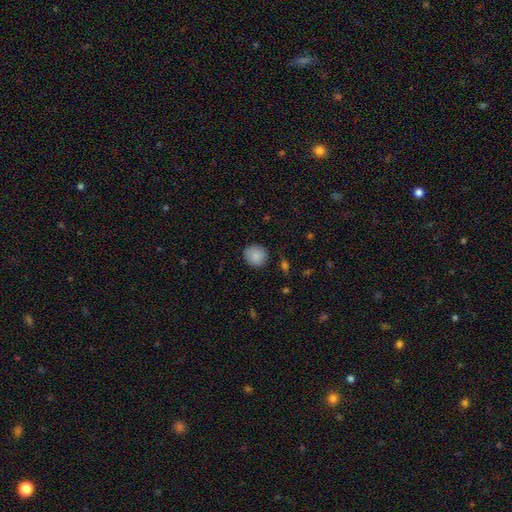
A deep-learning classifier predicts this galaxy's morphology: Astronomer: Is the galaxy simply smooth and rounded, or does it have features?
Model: smooth — 88%.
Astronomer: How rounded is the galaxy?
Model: round — 82%.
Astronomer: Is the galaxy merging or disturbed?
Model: none — 84%.